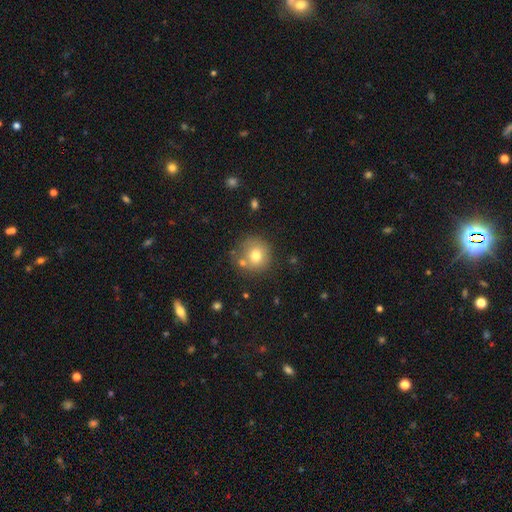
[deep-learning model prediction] Overall: smooth (74%). How rounded: round (91%). Merging: none (68%).